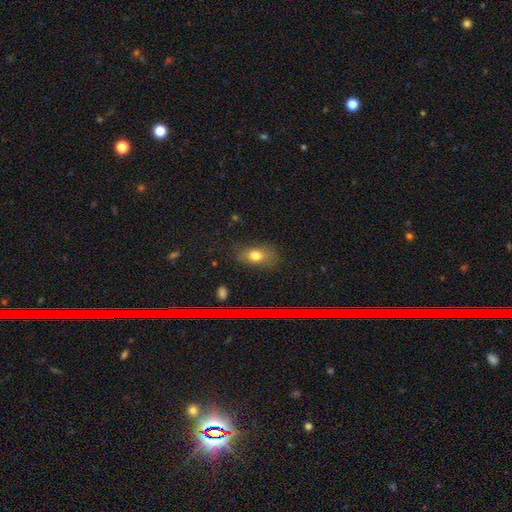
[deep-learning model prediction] This is likely a smooth galaxy (72%). How rounded: likely in between (78%). Merging: likely none (77%).